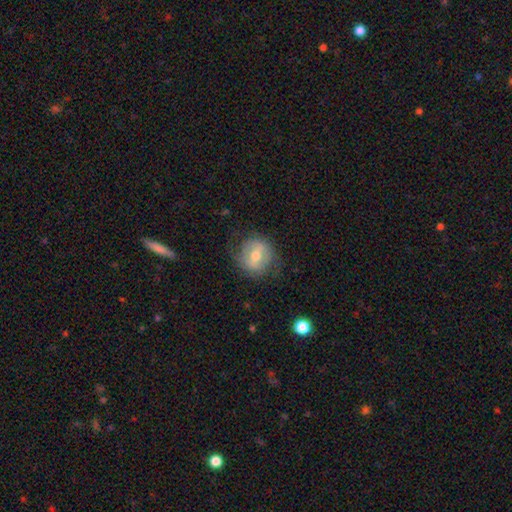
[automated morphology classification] Smooth or featured: smooth — 46% (tied with featured or disk — 46%)
Merging: none — 74% (minor disturbance — 16%)